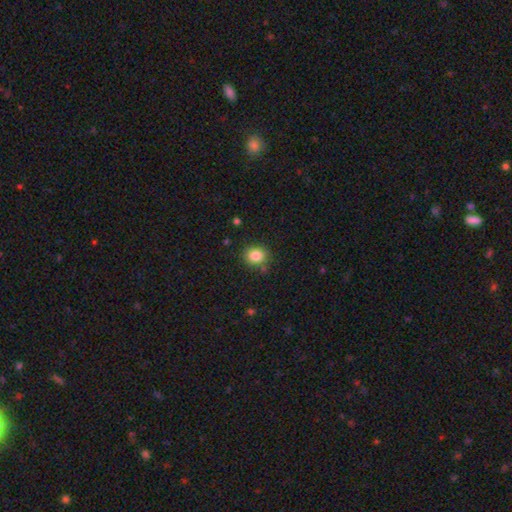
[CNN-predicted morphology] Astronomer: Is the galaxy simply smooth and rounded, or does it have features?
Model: smooth — 84%.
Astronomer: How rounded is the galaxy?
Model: round — 79%.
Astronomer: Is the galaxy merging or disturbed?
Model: none — 82%.